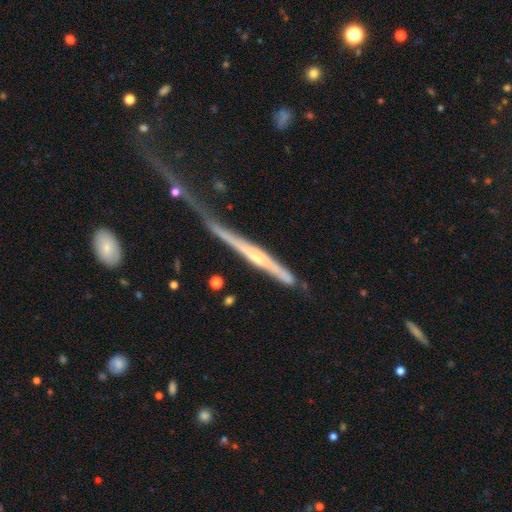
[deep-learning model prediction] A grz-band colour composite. It shows a featured or disk galaxy (73%) viewed edge-on (89%) with no central bulge (44%). Merging: none (34%).